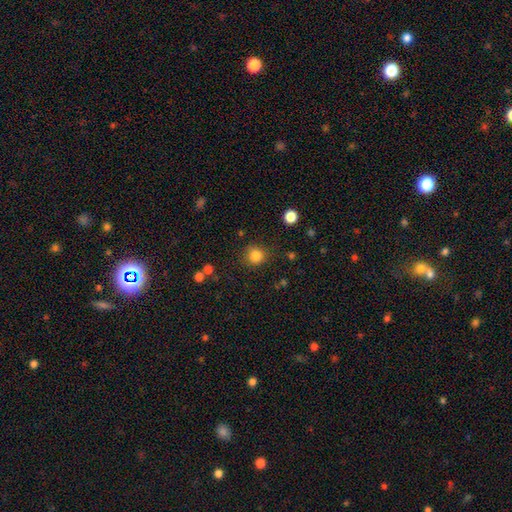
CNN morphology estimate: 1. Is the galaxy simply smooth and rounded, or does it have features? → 84% smooth, 12% star or artifact, 4% featured or disk.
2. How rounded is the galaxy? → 88% round, 11% in between, 1% cigar-shaped.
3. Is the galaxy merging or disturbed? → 83% none, 11% minor disturbance, 4% major disturbance, 2% merger.